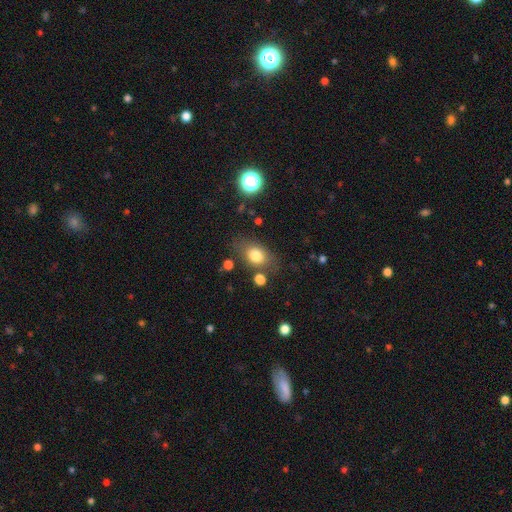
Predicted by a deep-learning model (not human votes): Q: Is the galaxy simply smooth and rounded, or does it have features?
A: smooth — 78%.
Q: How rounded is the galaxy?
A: in between — 70%.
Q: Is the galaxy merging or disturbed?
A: none — 71%.